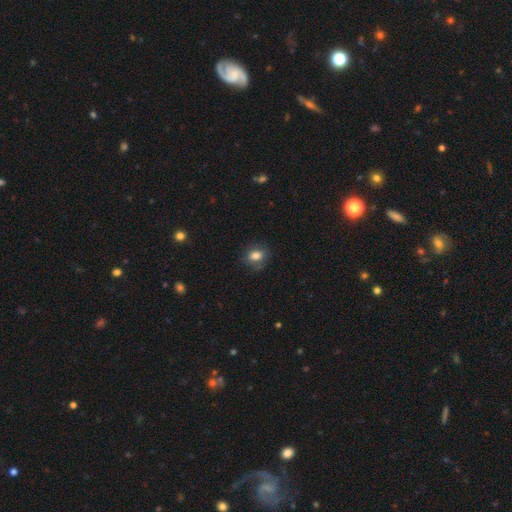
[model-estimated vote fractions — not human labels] Smooth or featured?
  - smooth: 81% *
  - star or artifact: 10%
  - featured or disk: 9%
How rounded?
  - in between: 63% *
  - round: 36%
  - cigar-shaped: 2%
Merging?
  - none: 79% *
  - minor disturbance: 15%
  - major disturbance: 4%
  - merger: 1%